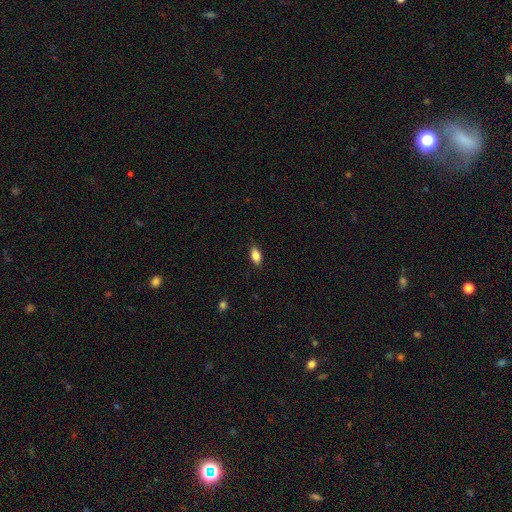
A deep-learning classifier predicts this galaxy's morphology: Q: Smooth or featured?
A: smooth (83%); runner-up: featured or disk (9%)
Q: How rounded?
A: in between (88%); runner-up: cigar-shaped (8%)
Q: Merging?
A: none (86%); runner-up: minor disturbance (10%)